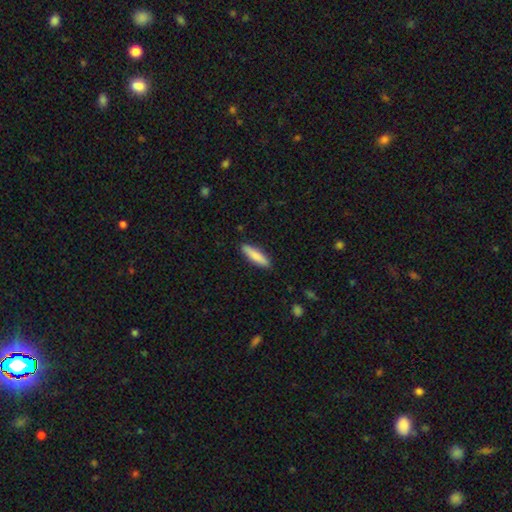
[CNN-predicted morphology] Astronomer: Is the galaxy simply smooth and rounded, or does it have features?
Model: smooth — 83%.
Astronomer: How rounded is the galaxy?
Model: cigar-shaped — 77%.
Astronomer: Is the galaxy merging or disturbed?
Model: none — 89%.